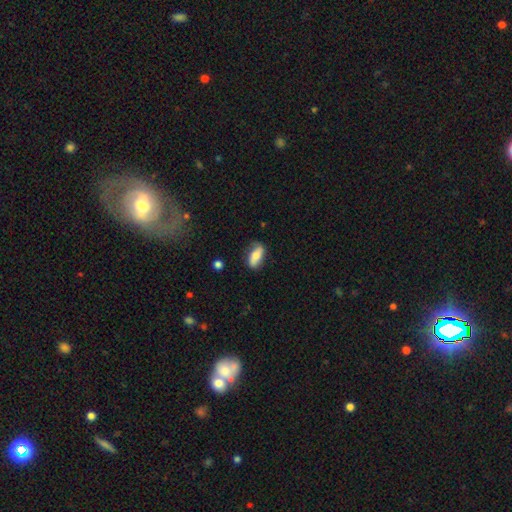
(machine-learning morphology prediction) A smooth galaxy with no disk features (57%) that is in between round and cigar-shaped (79%).

Vote fractions:
- Smooth or featured? smooth: 57% / featured or disk: 36% / star or artifact: 7%
- How rounded? in between: 79% / cigar-shaped: 17% / round: 4%
- Merging? none: 74% / minor disturbance: 19% / major disturbance: 5% / merger: 2%